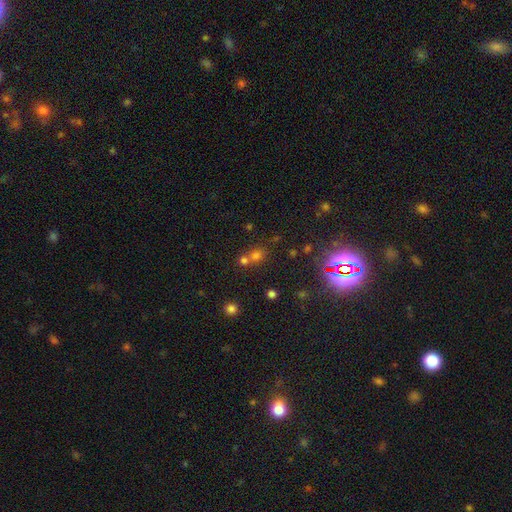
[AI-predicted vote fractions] A smooth galaxy with no disk features (63%) that is round (70%).

Vote fractions:
- Smooth or featured? smooth: 63% / star or artifact: 27% / featured or disk: 10%
- How rounded? round: 70% / in between: 29% / cigar-shaped: 2%
- Merging? merger: 47% / none: 43% / minor disturbance: 7% / major disturbance: 3%